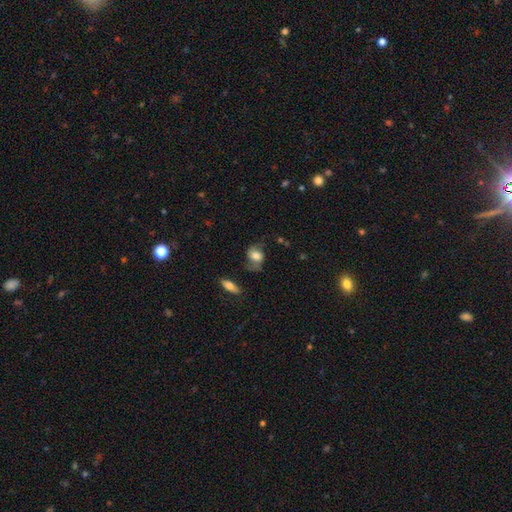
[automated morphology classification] This is possibly a smooth galaxy (55%). How rounded: possibly in between (57%). Merging: possibly none (57%).